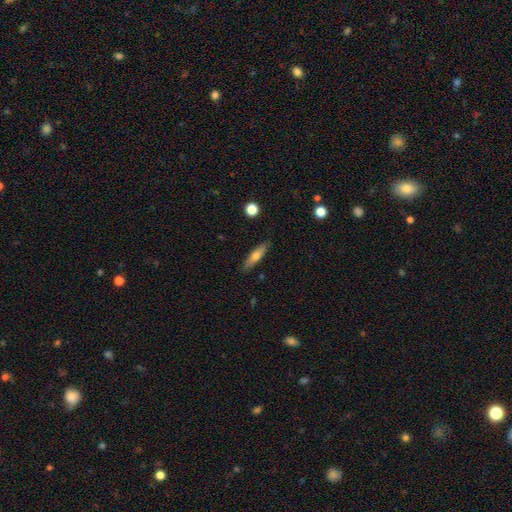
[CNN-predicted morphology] Q: Smooth or featured?
A: smooth (64%); runner-up: featured or disk (30%)
Q: How rounded?
A: cigar-shaped (75%); runner-up: in between (22%)
Q: Merging?
A: none (86%); runner-up: minor disturbance (10%)